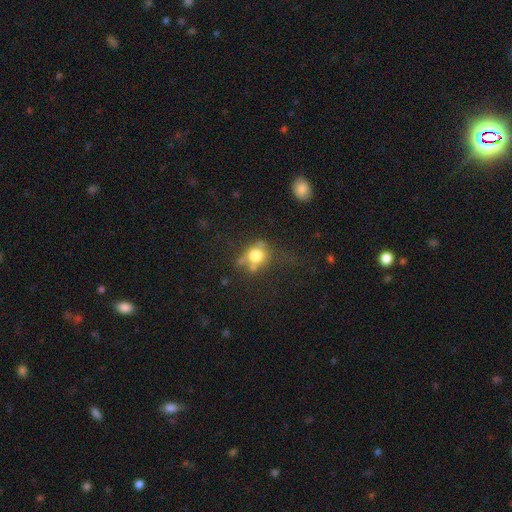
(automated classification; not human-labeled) Smooth or featured? Predicted: smooth (p=0.69). How rounded? Predicted: round (p=0.68). Merging? Predicted: none (p=0.44).